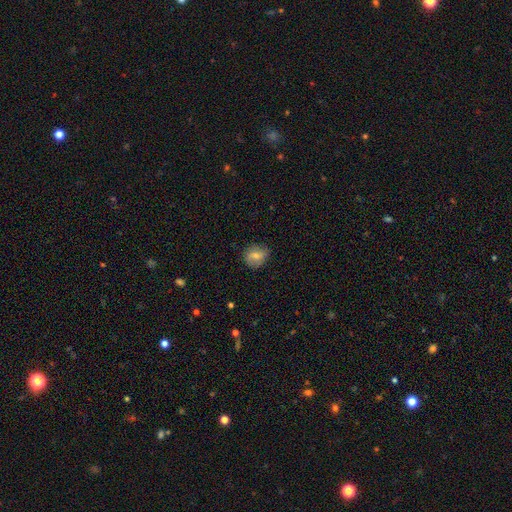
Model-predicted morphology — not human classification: A smooth galaxy with no disk features (71%) that is round (69%). Merging: none (77%).